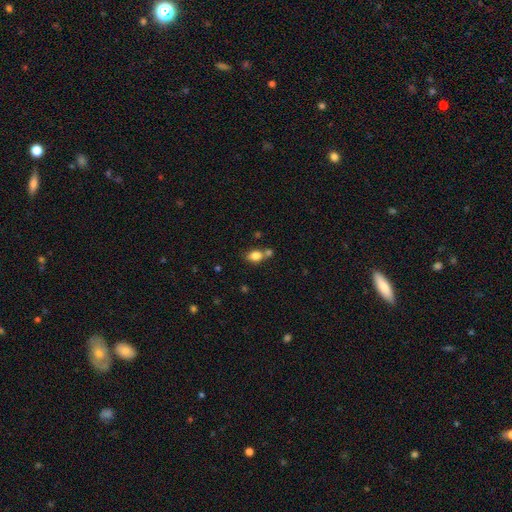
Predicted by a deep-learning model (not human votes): This is clearly a smooth galaxy (82%). How rounded: likely in between (75%). Merging: possibly none (51%).